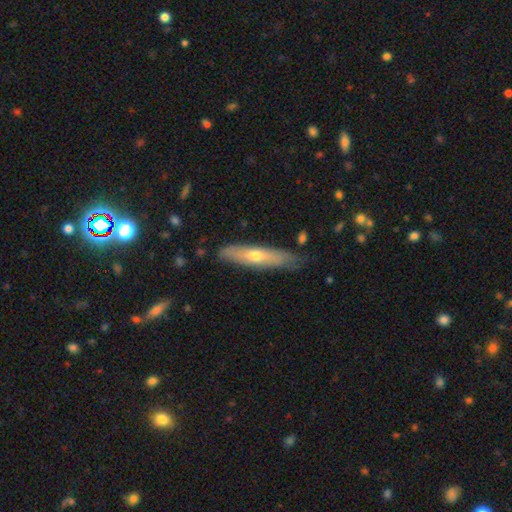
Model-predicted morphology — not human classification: A smooth galaxy with no disk features (51%) that is cigar-shaped (78%).

Vote fractions:
- Smooth or featured? smooth: 51% / featured or disk: 43% / star or artifact: 6%
- How rounded? cigar-shaped: 78% / in between: 20% / round: 2%
- Merging? none: 77% / minor disturbance: 17% / major disturbance: 4% / merger: 2%